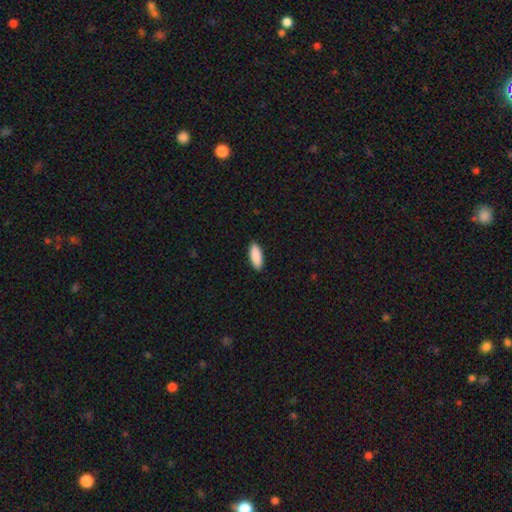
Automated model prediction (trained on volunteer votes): Smooth or featured?
  - smooth: 90% *
  - star or artifact: 6%
  - featured or disk: 4%
How rounded?
  - in between: 78% *
  - cigar-shaped: 21%
  - round: 2%
Merging?
  - none: 90% *
  - minor disturbance: 8%
  - major disturbance: 2%
  - merger: 1%